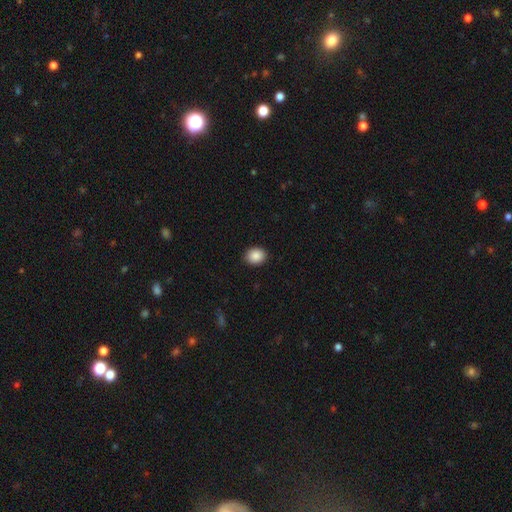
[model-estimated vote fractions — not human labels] smooth_or_featured: smooth (p=0.89) [alt: star or artifact p=0.08]
how_rounded: round (p=0.57) [alt: in between p=0.42]
merging: none (p=0.91) [alt: minor disturbance p=0.07]